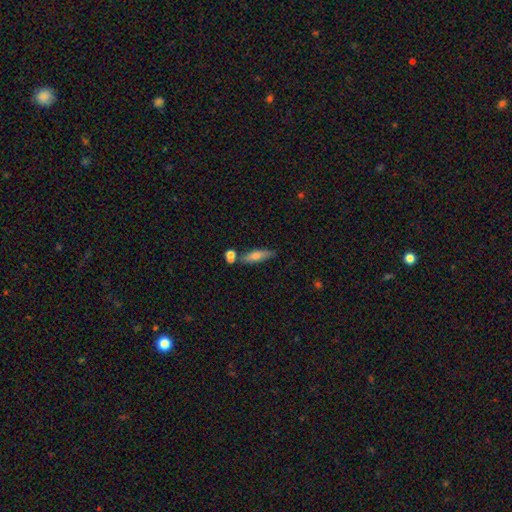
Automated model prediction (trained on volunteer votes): This is likely a smooth galaxy (63%). How rounded: likely cigar-shaped (66%). Merging: likely none (70%).